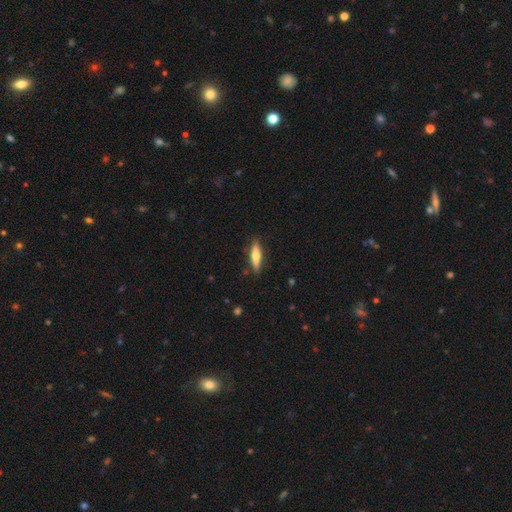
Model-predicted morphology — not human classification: This appears to be a smooth galaxy with no disk features (55%) that is cigar-shaped (75%). Merging: none (86%).